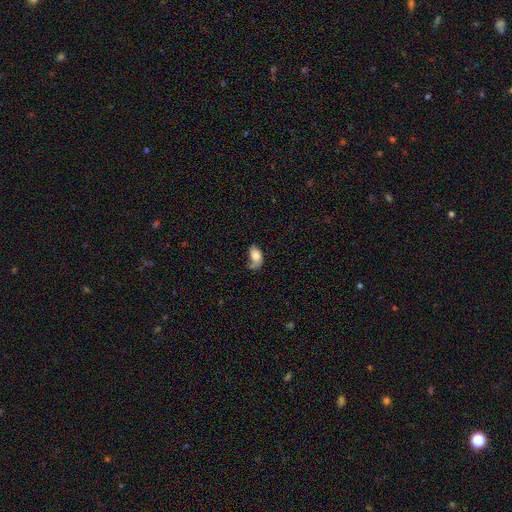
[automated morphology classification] Smooth or featured?
  - smooth: 77% *
  - featured or disk: 14%
  - star or artifact: 8%
How rounded?
  - in between: 92% *
  - round: 7%
  - cigar-shaped: 2%
Merging?
  - none: 39% *
  - minor disturbance: 31%
  - major disturbance: 19%
  - merger: 12%